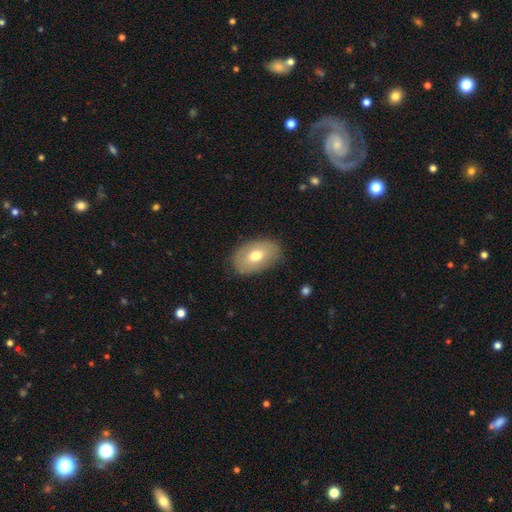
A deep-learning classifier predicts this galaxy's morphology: This appears to be a smooth galaxy with no disk features (67%) that is in between round and cigar-shaped (88%). Merging: none (82%).